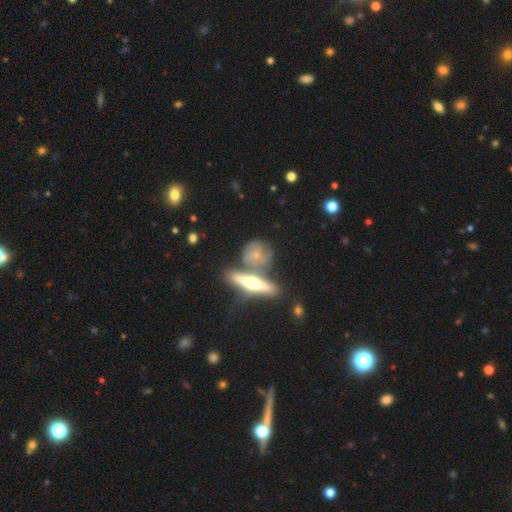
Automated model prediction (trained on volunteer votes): Smooth or featured?
  - smooth: 46% *
  - featured or disk: 45%
  - star or artifact: 9%
Merging?
  - none: 58% *
  - merger: 21%
  - minor disturbance: 15%
  - major disturbance: 6%